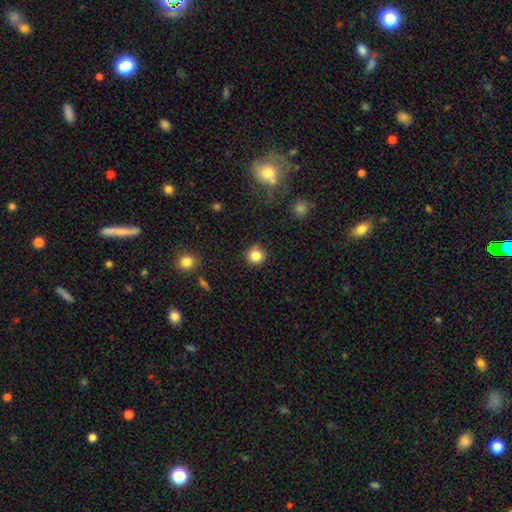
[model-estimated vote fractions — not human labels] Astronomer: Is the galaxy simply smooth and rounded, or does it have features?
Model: smooth — 83%.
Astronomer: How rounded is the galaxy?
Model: round — 92%.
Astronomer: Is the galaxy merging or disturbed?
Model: none — 86%.